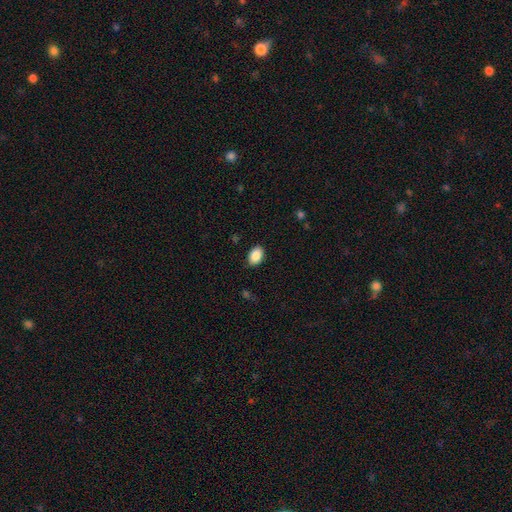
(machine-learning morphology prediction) Q: Smooth or featured?
A: smooth (88%); runner-up: star or artifact (7%)
Q: How rounded?
A: in between (87%); runner-up: round (12%)
Q: Merging?
A: none (88%); runner-up: minor disturbance (9%)